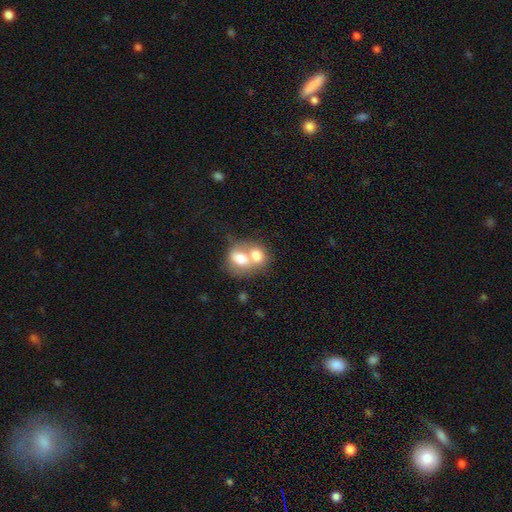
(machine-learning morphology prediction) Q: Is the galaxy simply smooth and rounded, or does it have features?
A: smooth — 70%.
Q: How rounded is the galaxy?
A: in between — 52%.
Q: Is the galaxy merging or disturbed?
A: merger — 72%.